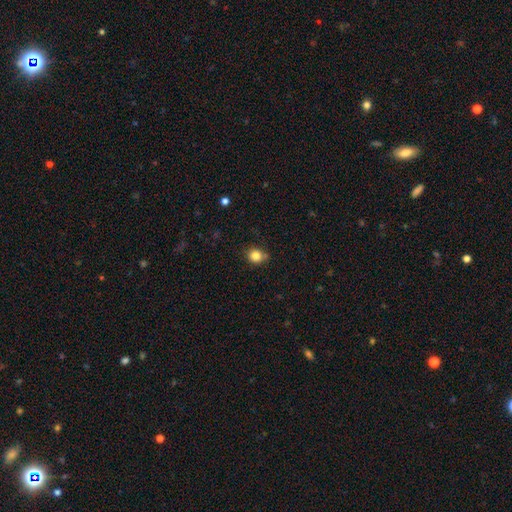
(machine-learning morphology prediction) Smooth or featured?
  - smooth: 83% *
  - star or artifact: 11%
  - featured or disk: 5%
How rounded?
  - round: 80% *
  - in between: 20%
  - cigar-shaped: 1%
Merging?
  - none: 77% *
  - minor disturbance: 14%
  - merger: 6%
  - major disturbance: 3%